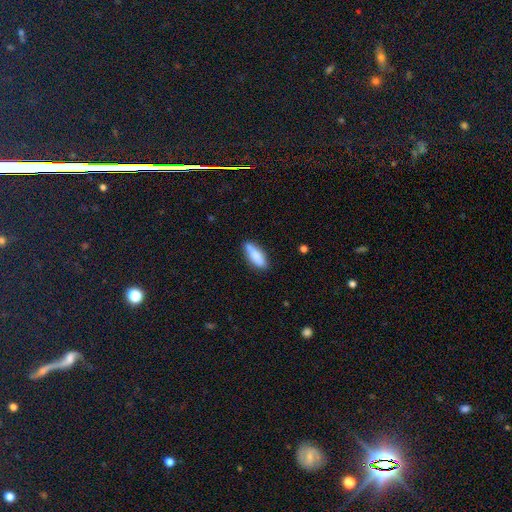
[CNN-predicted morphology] Q: Smooth or featured?
A: smooth (83%); runner-up: featured or disk (11%)
Q: How rounded?
A: in between (61%); runner-up: cigar-shaped (37%)
Q: Merging?
A: none (78%); runner-up: minor disturbance (16%)